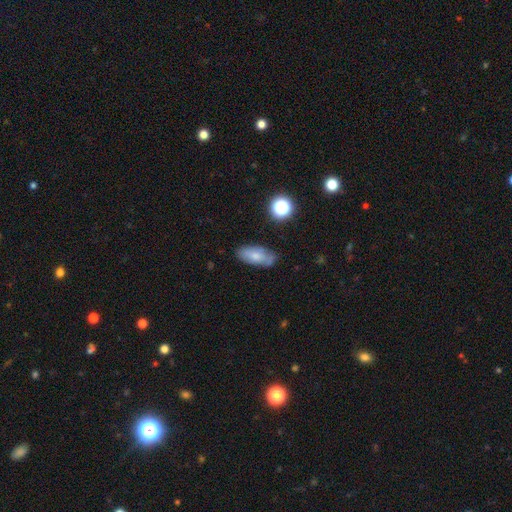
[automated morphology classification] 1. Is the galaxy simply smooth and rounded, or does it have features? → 67% smooth, 23% featured or disk, 9% star or artifact.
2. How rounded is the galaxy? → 86% in between, 10% cigar-shaped, 4% round.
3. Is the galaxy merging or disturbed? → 64% none, 26% minor disturbance, 6% major disturbance, 4% merger.